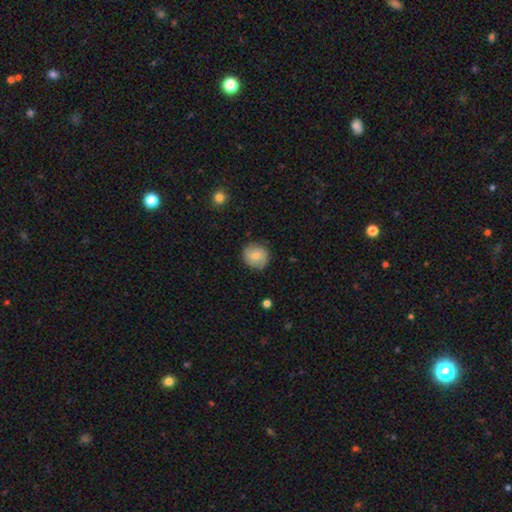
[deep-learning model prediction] smooth_or_featured: smooth (p=0.73) [alt: featured or disk p=0.19]
how_rounded: round (p=0.86) [alt: in between p=0.13]
merging: none (p=0.83) [alt: minor disturbance p=0.13]